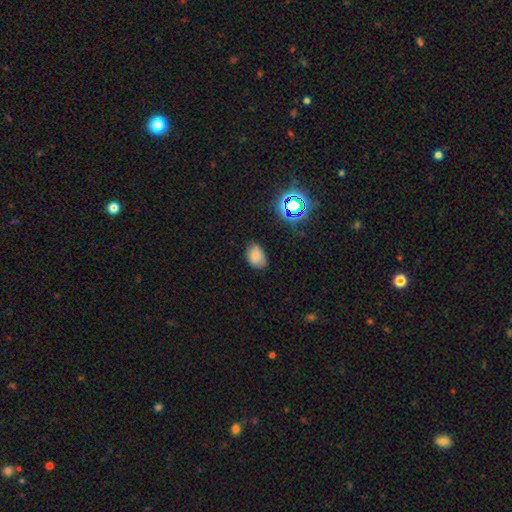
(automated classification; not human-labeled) Overall: smooth (75%). How rounded: in between (81%). Merging: none (71%).